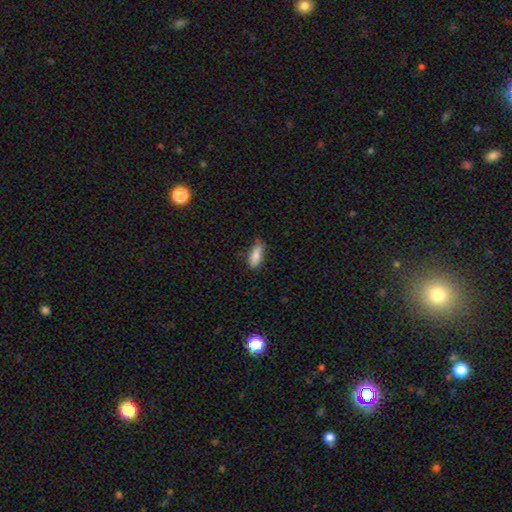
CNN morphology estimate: Q: Smooth or featured?
A: smooth (84%); runner-up: featured or disk (9%)
Q: How rounded?
A: in between (77%); runner-up: cigar-shaped (21%)
Q: Merging?
A: none (56%); runner-up: minor disturbance (35%)